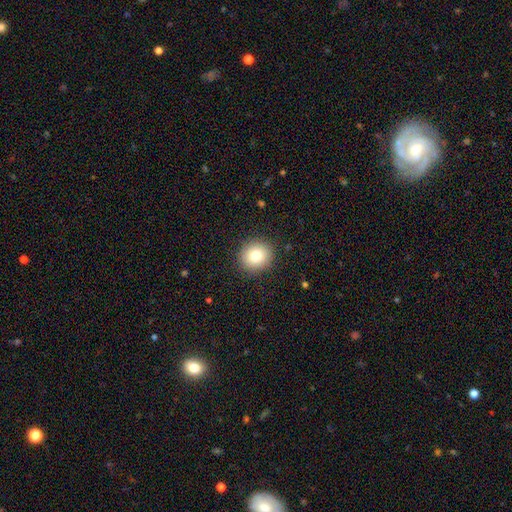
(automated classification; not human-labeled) A smooth galaxy with no disk features (82%) that is round (84%). Merging: none (89%).